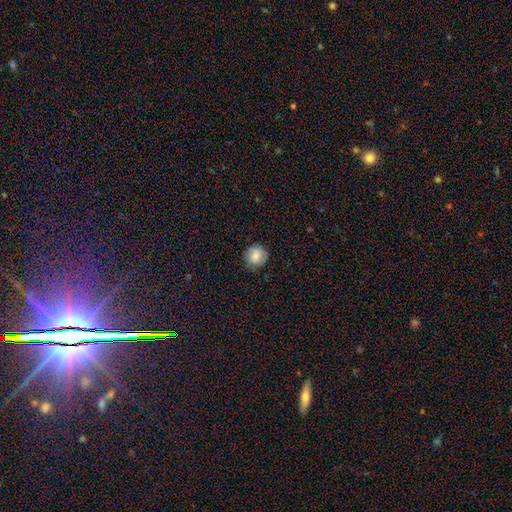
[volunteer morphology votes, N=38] smooth-or-featured: smooth: 89% | featured or disk: 8% | star or artifact: 3%
  how-rounded: round: 91% | in between: 6% | cigar-shaped: 3%
  merging: none: 78% | minor disturbance: 16% | major disturbance: 3% | merger: 3%